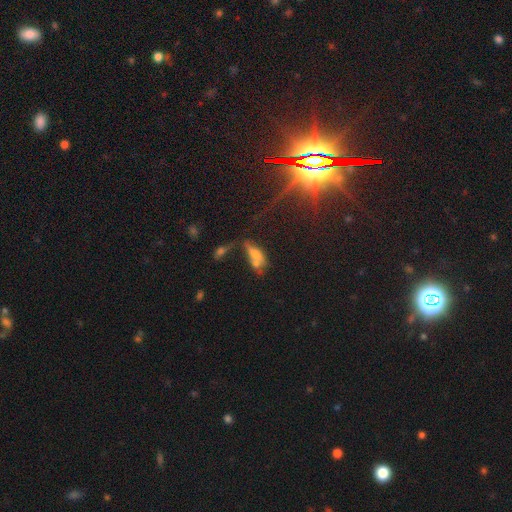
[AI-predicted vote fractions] Smooth or featured: smooth — 52% (featured or disk — 32%)
How rounded: in between — 71% (cigar-shaped — 23%)
Merging: merger — 43% (none — 23%)